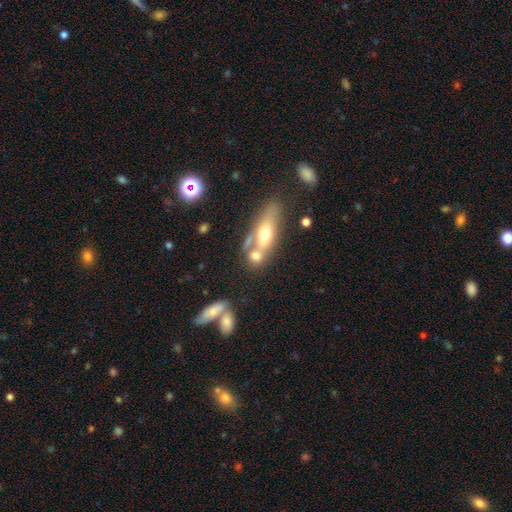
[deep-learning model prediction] smooth 64%, featured or disk 27%, star or artifact 10%. Down the decision tree: how rounded — in between (49%); merging — merger (49%).